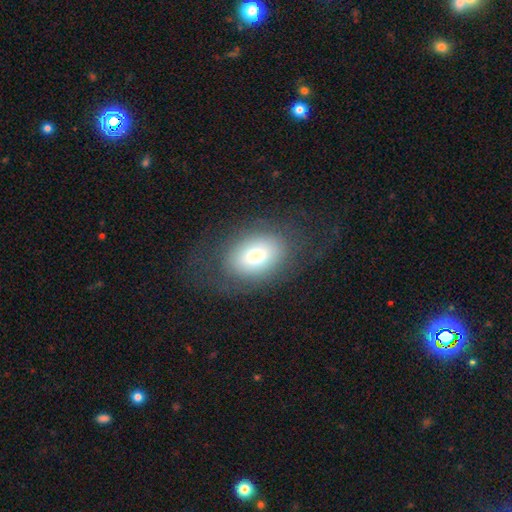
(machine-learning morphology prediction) This is likely a smooth galaxy (62%). How rounded: clearly in between (82%). Merging: likely none (69%).